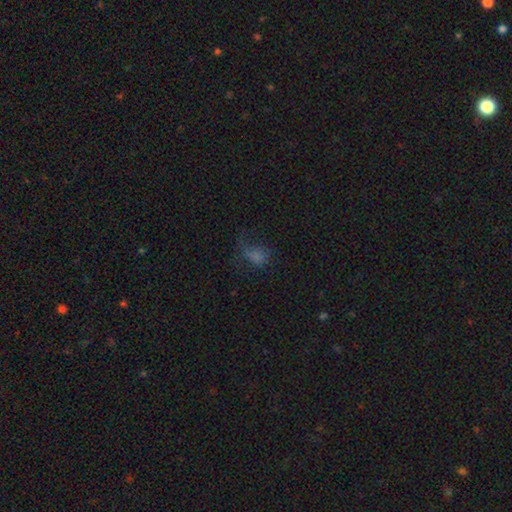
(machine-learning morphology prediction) A smooth galaxy with no disk features (56%) that is in between round and cigar-shaped (62%).

Vote fractions:
- Smooth or featured? smooth: 56% / star or artifact: 26% / featured or disk: 18%
- How rounded? in between: 62% / round: 35% / cigar-shaped: 3%
- Merging? major disturbance: 40% / none: 35% / minor disturbance: 22% / merger: 3%